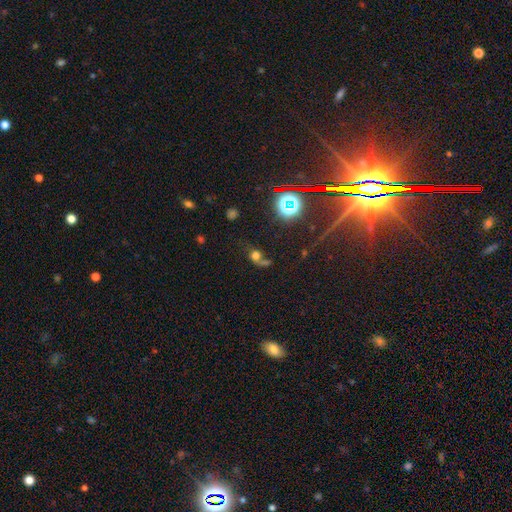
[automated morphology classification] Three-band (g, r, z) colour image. It shows a smooth galaxy with no disk features (50%). Merging: none (35%).